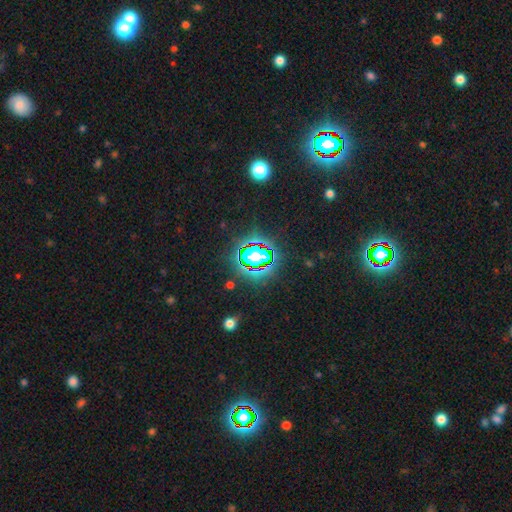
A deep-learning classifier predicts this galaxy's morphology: Overall: star or artifact (81%).